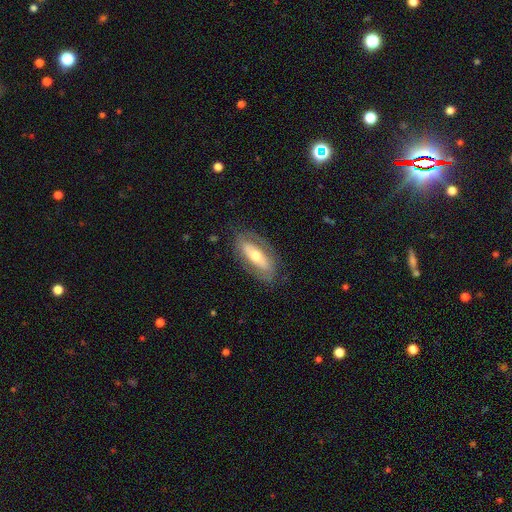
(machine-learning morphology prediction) type=featured or disk (58%); edge-on=no (80%); merging=none (77%).